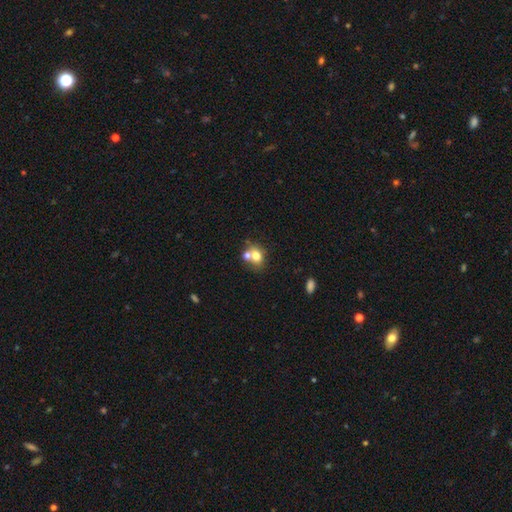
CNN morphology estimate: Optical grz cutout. It shows a smooth galaxy with no disk features (71%) that is round (55%). Merging: merger (46%).